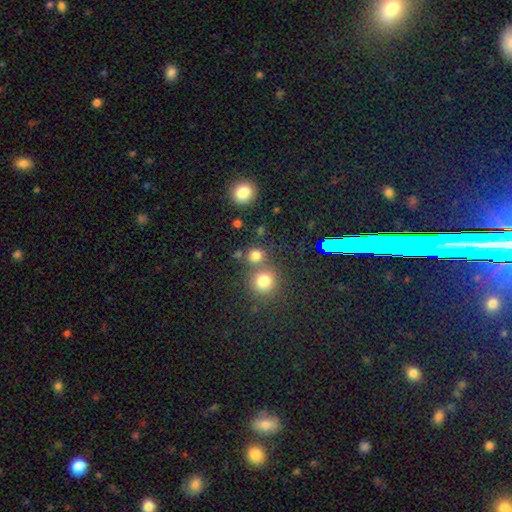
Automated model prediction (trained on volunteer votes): Smooth or featured?
  - smooth: 75% *
  - star or artifact: 19%
  - featured or disk: 6%
How rounded?
  - round: 88% *
  - in between: 11%
  - cigar-shaped: 1%
Merging?
  - none: 66% *
  - merger: 24%
  - minor disturbance: 7%
  - major disturbance: 4%